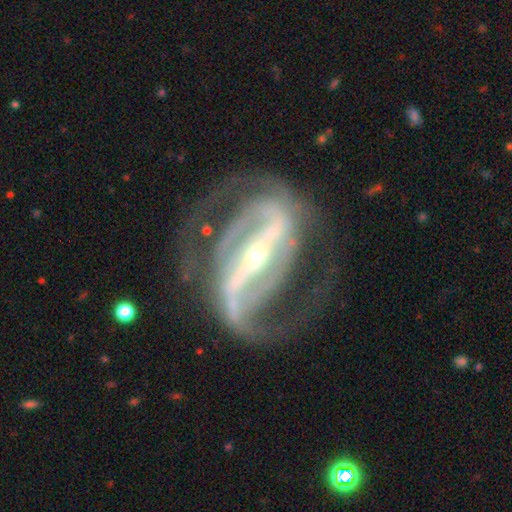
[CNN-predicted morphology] Overall: featured or disk (92%). Edge-on disk: no (94%). Bar: strong (86%). Spiral arms: yes (96%). Spiral arm count: 2 (82%). Spiral winding: medium (49%; tight 26%). Bulge size: small (76%). Merging: none (64%).